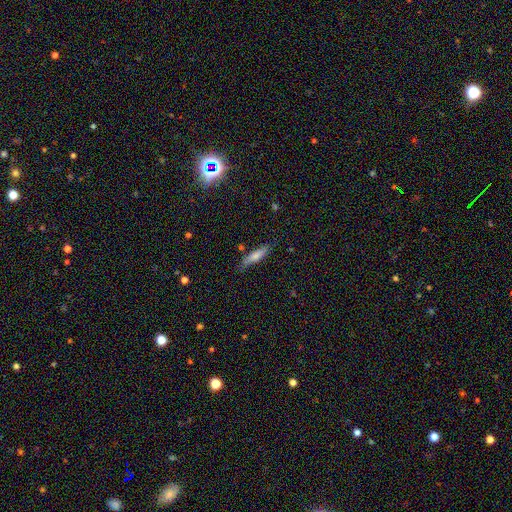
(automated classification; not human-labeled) The model was most divided on "smooth or featured": smooth: 69%, featured or disk: 24%, star or artifact: 7%. More confident: how rounded — cigar-shaped (78%); merging — none (76%).